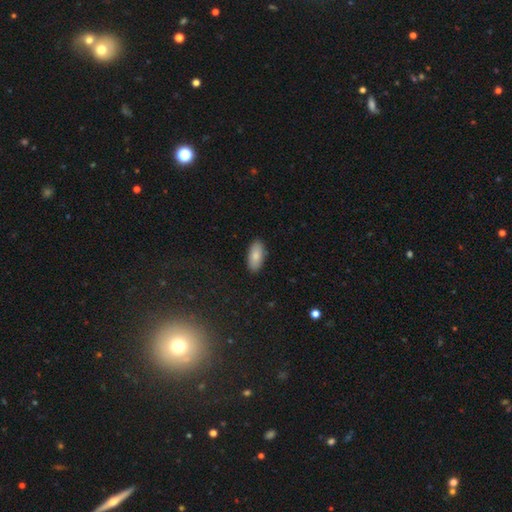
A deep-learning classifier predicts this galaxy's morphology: smooth-or-featured: smooth: 84% | featured or disk: 10% | star or artifact: 7%
  how-rounded: in between: 90% | cigar-shaped: 8% | round: 2%
  merging: none: 89% | minor disturbance: 8% | major disturbance: 2% | merger: 1%